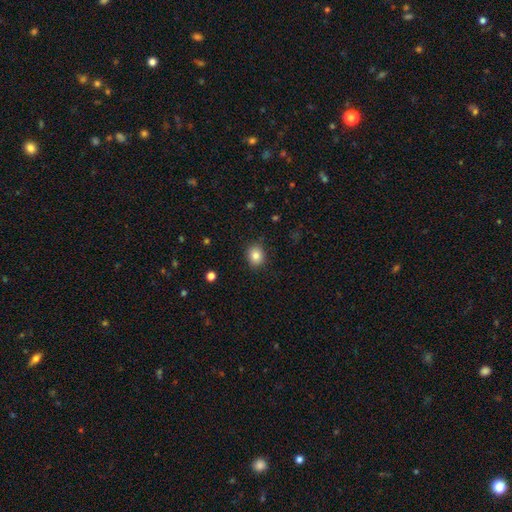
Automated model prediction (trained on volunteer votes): smooth-or-featured: smooth: 83% | star or artifact: 10% | featured or disk: 7%
  how-rounded: round: 64% | in between: 35% | cigar-shaped: 1%
  merging: none: 87% | minor disturbance: 10% | major disturbance: 3% | merger: 1%